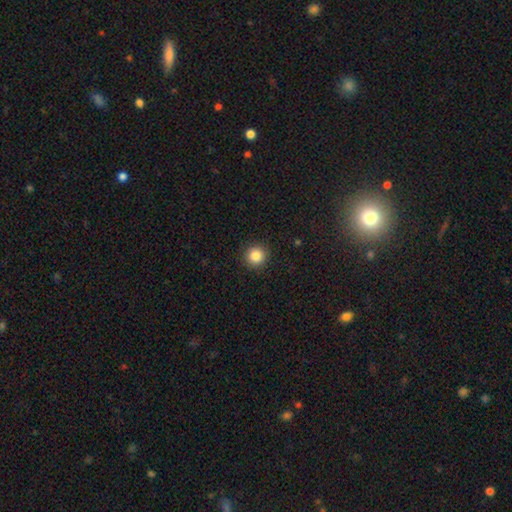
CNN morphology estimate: A smooth galaxy with no disk features (86%) that is round (95%).

Vote fractions:
- Smooth or featured? smooth: 86% / star or artifact: 10% / featured or disk: 4%
- How rounded? round: 95% / in between: 4% / cigar-shaped: 1%
- Merging? none: 92% / minor disturbance: 5% / major disturbance: 2% / merger: 1%